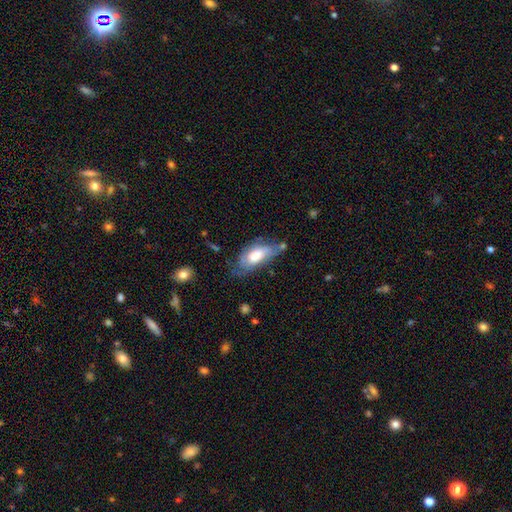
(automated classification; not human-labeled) Smooth or featured: smooth — 56% (featured or disk — 37%)
How rounded: in between — 86% (cigar-shaped — 11%)
Merging: none — 45% (minor disturbance — 33%)